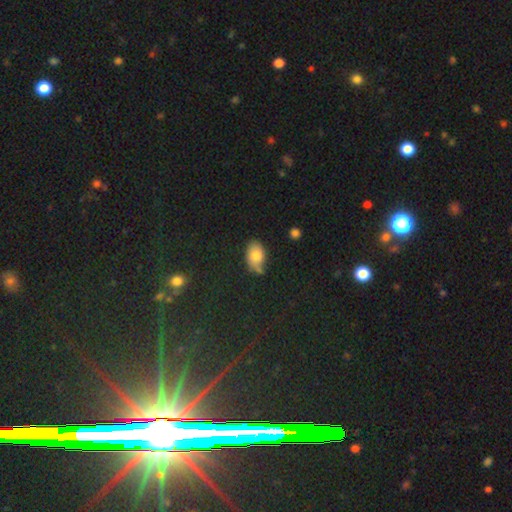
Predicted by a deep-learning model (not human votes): A smooth galaxy with no disk features (74%) that is in between round and cigar-shaped (86%).

Vote fractions:
- Smooth or featured? smooth: 74% / featured or disk: 13% / star or artifact: 12%
- How rounded? in between: 86% / round: 12% / cigar-shaped: 2%
- Merging? none: 55% / minor disturbance: 31% / major disturbance: 8% / merger: 7%